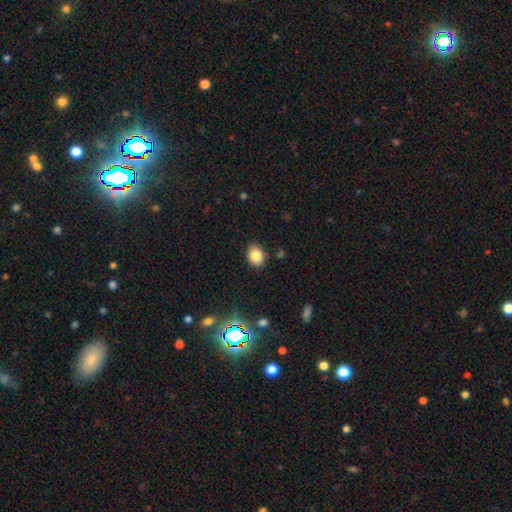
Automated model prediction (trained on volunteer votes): Q: Smooth or featured?
A: smooth (83%); runner-up: star or artifact (10%)
Q: How rounded?
A: in between (70%); runner-up: round (29%)
Q: Merging?
A: none (86%); runner-up: minor disturbance (10%)